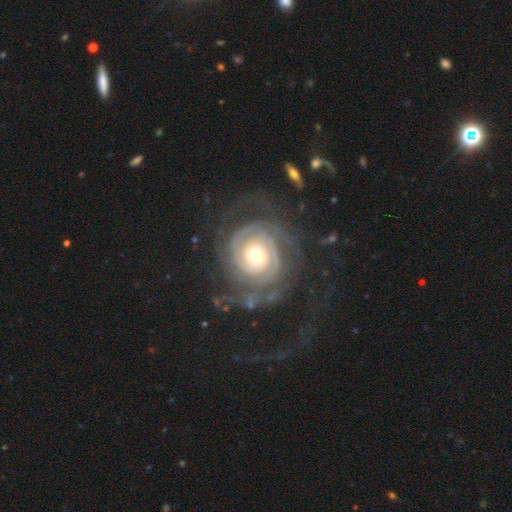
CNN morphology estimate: type=featured or disk (89%); edge-on=no (98%); bar=no (69%); spiral arms=yes (97%); winding=tight (77%); arm count=2 (42%); bulge=moderate (53%); merging=none (68%).